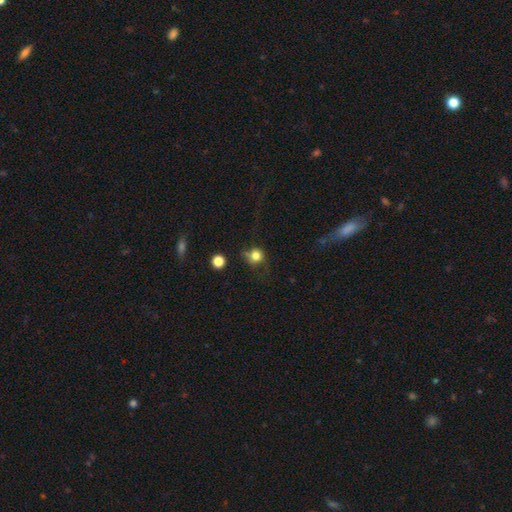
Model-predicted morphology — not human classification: The model was most divided on "merging": none: 62%, minor disturbance: 21%, major disturbance: 10%, merger: 7%. More confident: how rounded — round (89%); smooth or featured — smooth (79%).